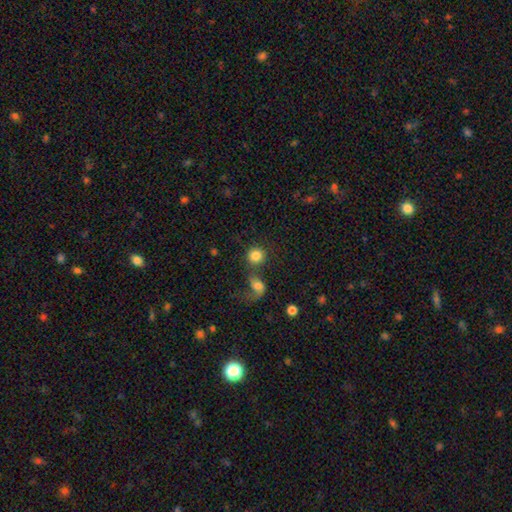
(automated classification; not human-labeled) This is clearly a smooth galaxy (81%). How rounded: clearly round (88%). Merging: possibly none (45%).